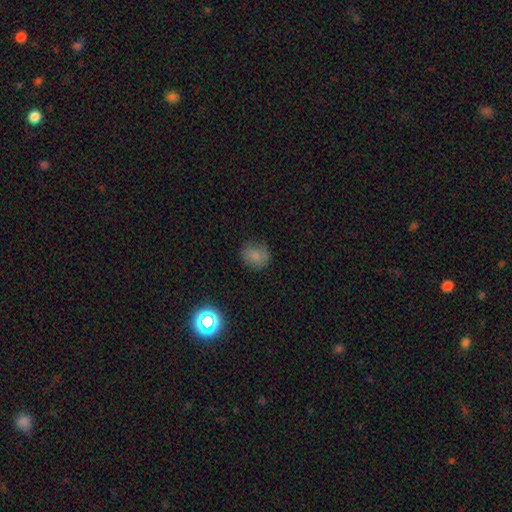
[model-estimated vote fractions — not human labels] This is likely a smooth galaxy (78%). How rounded: likely round (77%). Merging: likely none (74%).